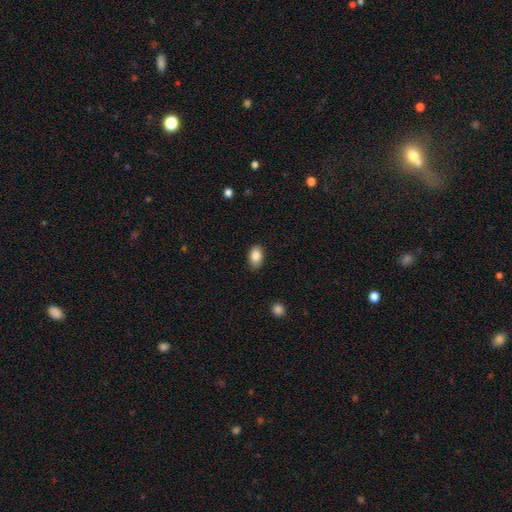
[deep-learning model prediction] This is clearly a smooth galaxy (86%). How rounded: clearly in between (90%). Merging: clearly none (87%).